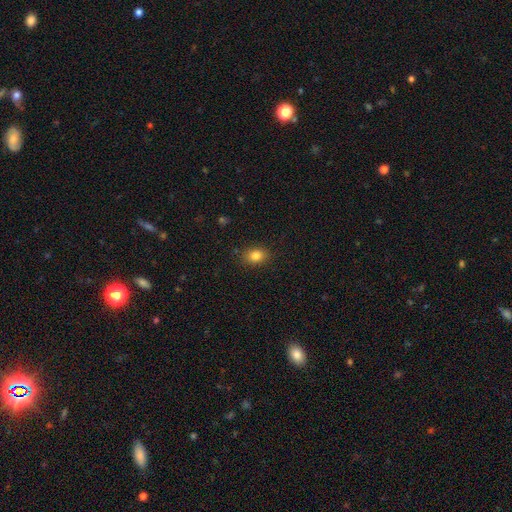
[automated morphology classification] Overall: smooth (83%). How rounded: in between (68%; round 31%). Merging: none (87%).